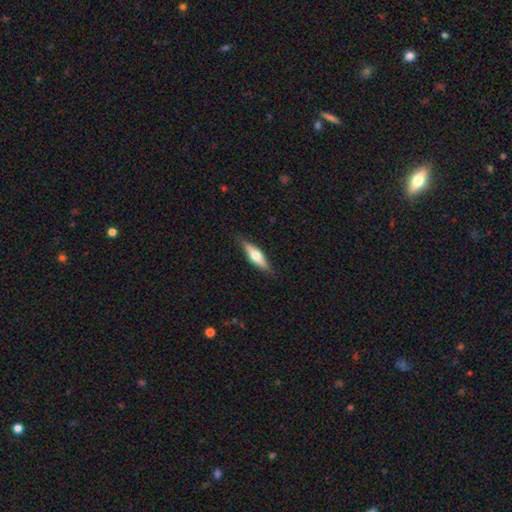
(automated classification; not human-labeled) Q: Smooth or featured?
A: featured or disk (50%); runner-up: smooth (44%)
Q: Edge-on disk?
A: yes (93%); runner-up: no (7%)
Q: Merging?
A: none (85%); runner-up: minor disturbance (11%)